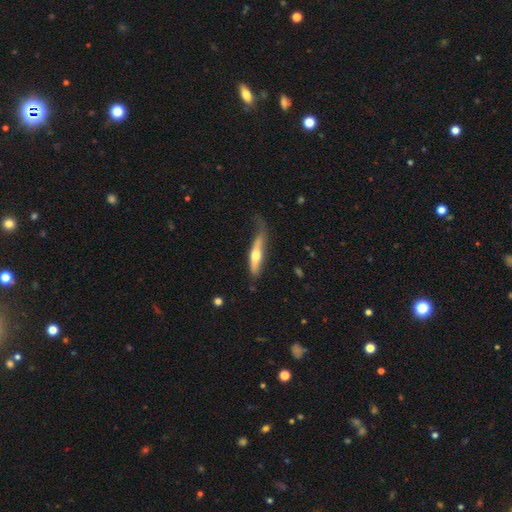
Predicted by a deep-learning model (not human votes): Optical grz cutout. It shows a featured or disk galaxy (48%). Merging: none (39%).